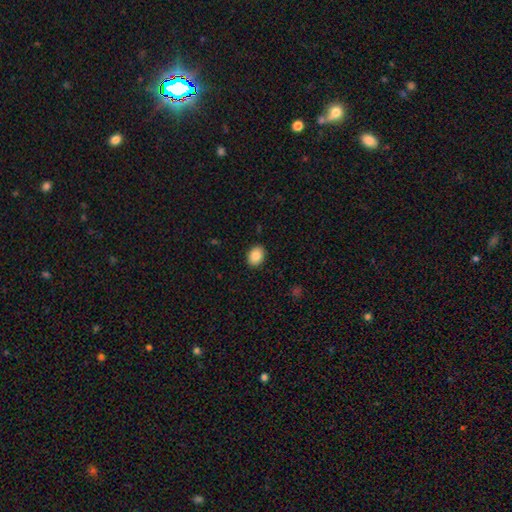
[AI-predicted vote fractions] Smooth or featured?
  - smooth: 87% *
  - star or artifact: 8%
  - featured or disk: 5%
How rounded?
  - in between: 63% *
  - round: 36%
  - cigar-shaped: 1%
Merging?
  - none: 90% *
  - minor disturbance: 7%
  - major disturbance: 2%
  - merger: 1%